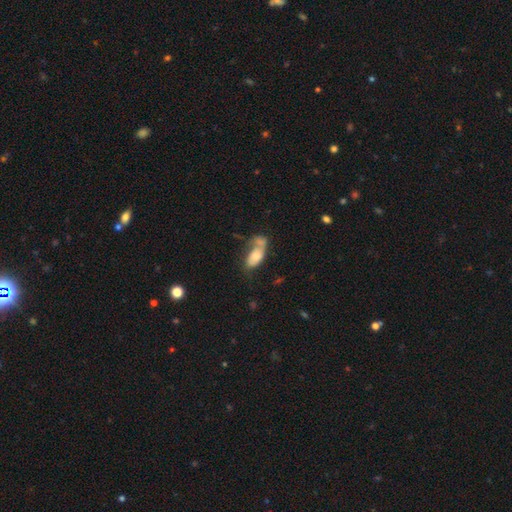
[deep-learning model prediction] Q: Smooth or featured?
A: smooth (68%); runner-up: featured or disk (25%)
Q: How rounded?
A: in between (90%); runner-up: cigar-shaped (5%)
Q: Merging?
A: merger (39%); runner-up: none (25%)